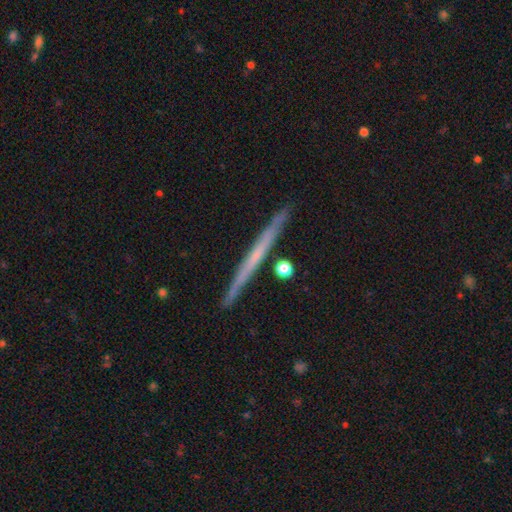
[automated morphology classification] Q: Smooth or featured?
A: featured or disk (55%); runner-up: smooth (39%)
Q: Edge-on disk?
A: yes (97%); runner-up: no (3%)
Q: Edge-on bulge?
A: none (88%); runner-up: rounded (9%)
Q: Merging?
A: none (89%); runner-up: minor disturbance (7%)